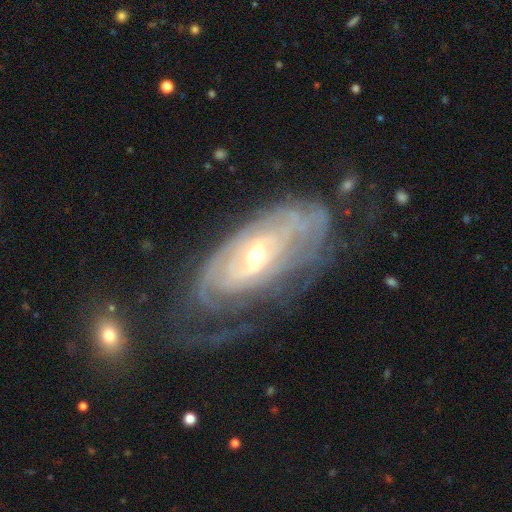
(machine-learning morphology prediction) This appears to be a featured or disk galaxy (85%) with no bar (49%), tight (68%) spiral arms (86%) and a moderate central bulge (57%). Merging: none (57%).